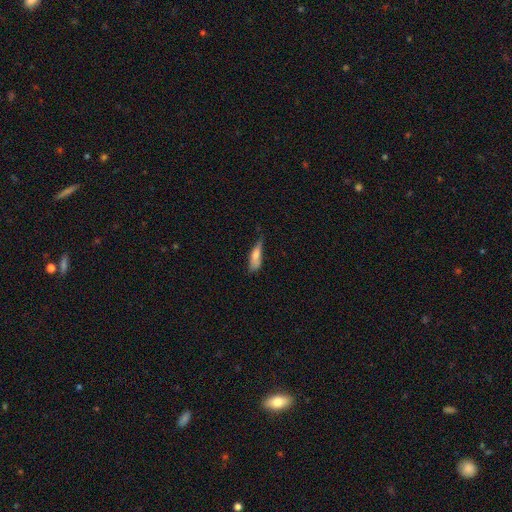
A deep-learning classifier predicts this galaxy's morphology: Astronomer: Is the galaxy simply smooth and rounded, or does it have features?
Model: smooth — 67%.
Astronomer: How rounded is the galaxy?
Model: cigar-shaped — 59% (runner-up: in between, 39%).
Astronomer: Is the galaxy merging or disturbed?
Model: minor disturbance — 39% (runner-up: none, 37%).